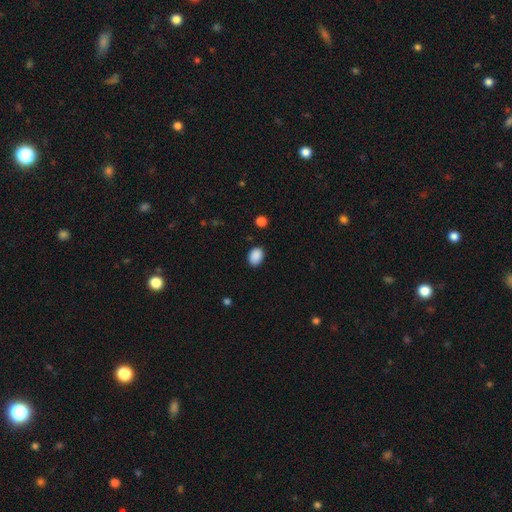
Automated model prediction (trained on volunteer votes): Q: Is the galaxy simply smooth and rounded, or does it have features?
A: smooth — 89%.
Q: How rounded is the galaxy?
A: in between — 73%.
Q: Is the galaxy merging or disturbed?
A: none — 86%.